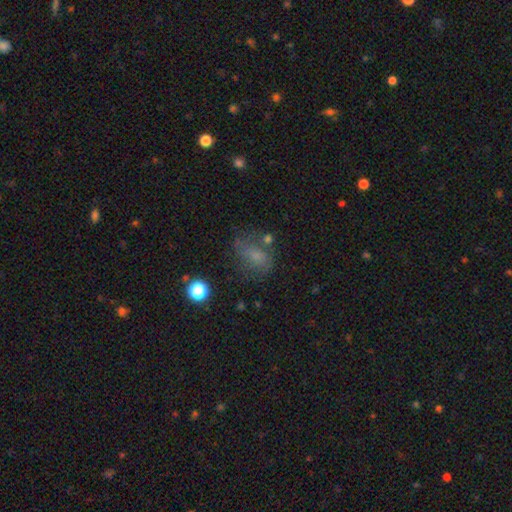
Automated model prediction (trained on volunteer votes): smooth_or_featured: smooth (p=0.61) [alt: featured or disk p=0.21]
how_rounded: in between (p=0.72) [alt: round p=0.25]
merging: none (p=0.53) [alt: minor disturbance p=0.23]